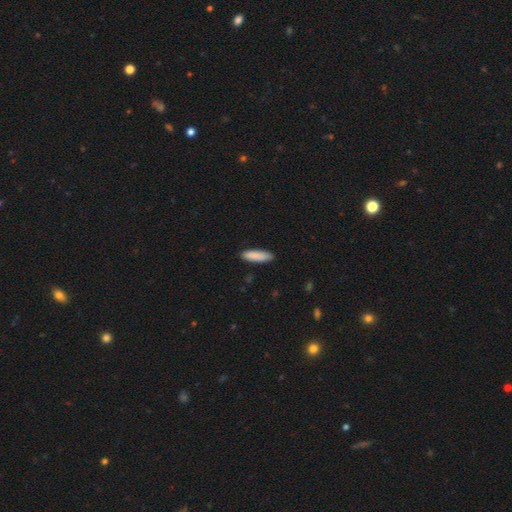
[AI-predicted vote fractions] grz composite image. It shows a smooth galaxy with no disk features (89%) that is cigar-shaped (61%). Merging: none (88%).